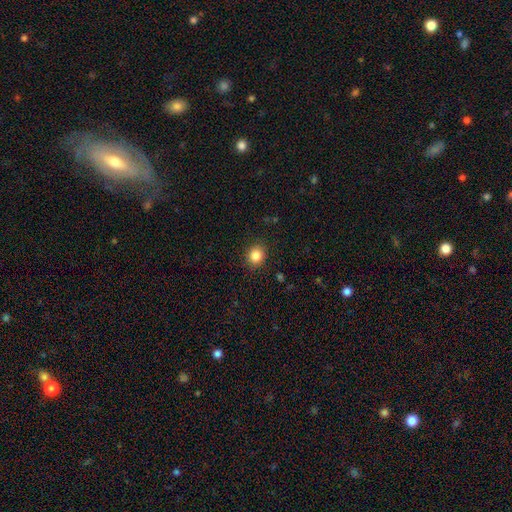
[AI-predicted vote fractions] Overall: smooth (85%). How rounded: round (76%). Merging: none (89%).